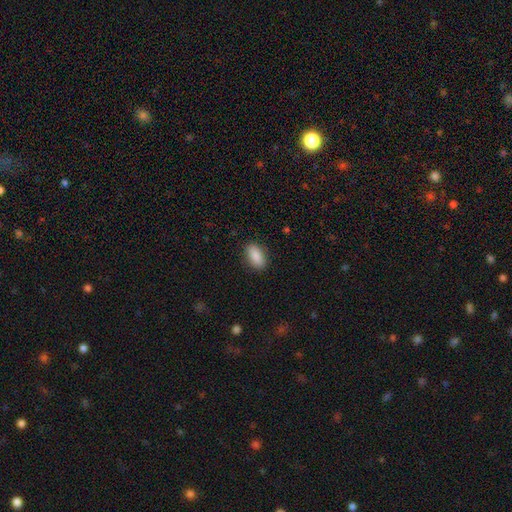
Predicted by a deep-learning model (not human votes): This appears to be a smooth galaxy with no disk features (88%) that is in between round and cigar-shaped (89%). Merging: none (88%).